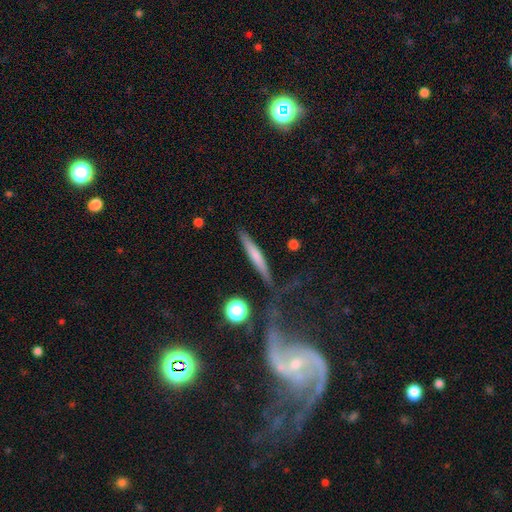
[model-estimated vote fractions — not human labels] This is likely a smooth galaxy (61%). How rounded: clearly cigar-shaped (92%). Merging: likely none (79%).